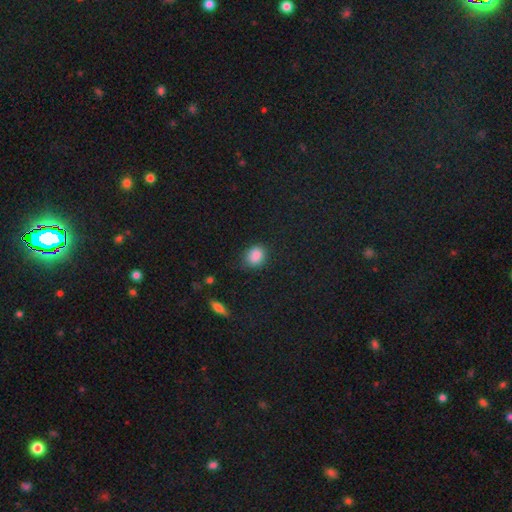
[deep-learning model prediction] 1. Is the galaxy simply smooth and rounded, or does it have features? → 86% smooth, 10% star or artifact, 4% featured or disk.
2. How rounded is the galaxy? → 52% in between, 47% round, 1% cigar-shaped.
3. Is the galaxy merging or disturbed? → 75% none, 19% minor disturbance, 5% major disturbance, 2% merger.